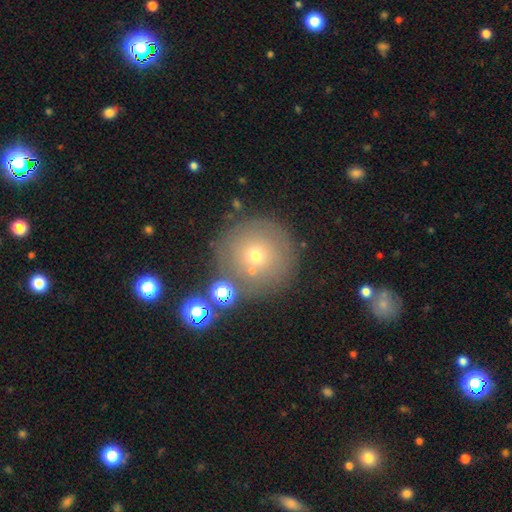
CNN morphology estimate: smooth-or-featured: smooth: 60% | featured or disk: 22% | star or artifact: 18%
  how-rounded: round: 96% | in between: 3% | cigar-shaped: 1%
  merging: none: 78% | minor disturbance: 10% | merger: 8% | major disturbance: 4%